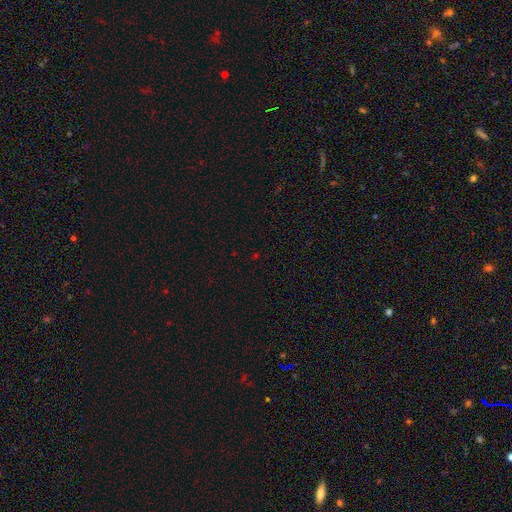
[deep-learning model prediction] The model was most divided on "smooth or featured": star or artifact: 66%, smooth: 27%, featured or disk: 7%.